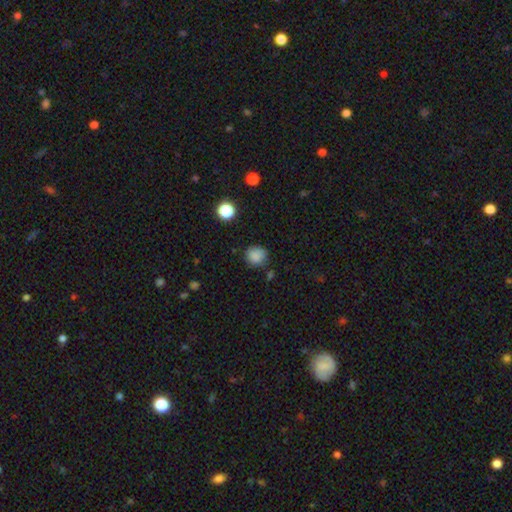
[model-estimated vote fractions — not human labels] Smooth or featured: smooth — 84% (star or artifact — 12%)
How rounded: round — 86% (in between — 13%)
Merging: none — 77% (minor disturbance — 15%)